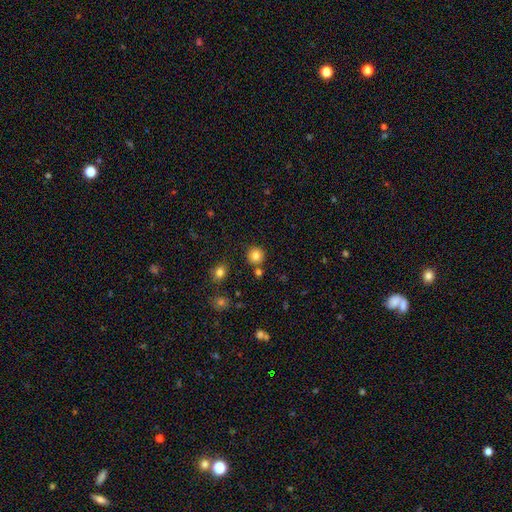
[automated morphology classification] This is clearly a smooth galaxy (83%). How rounded: clearly round (92%). Merging: clearly none (82%).